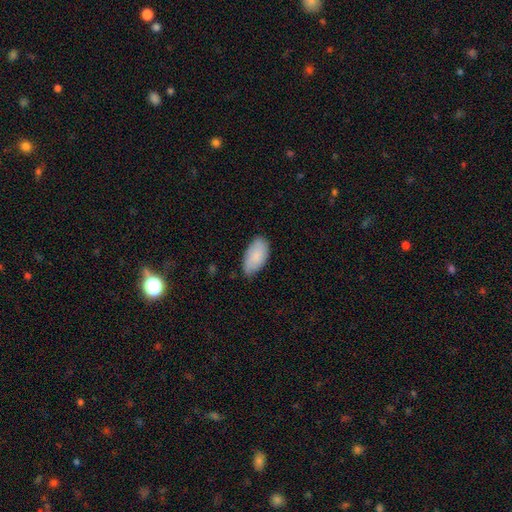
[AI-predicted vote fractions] This is clearly a smooth galaxy (86%). How rounded: clearly in between (95%). Merging: likely none (75%).